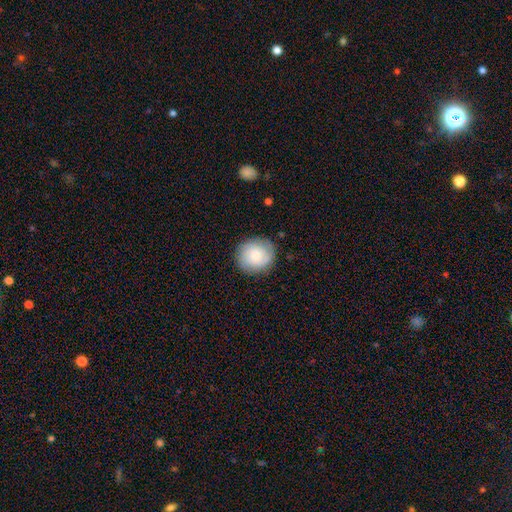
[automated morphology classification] smooth 69%, featured or disk 24%, star or artifact 7%. Down the decision tree: how rounded — round (84%); merging — none (84%).